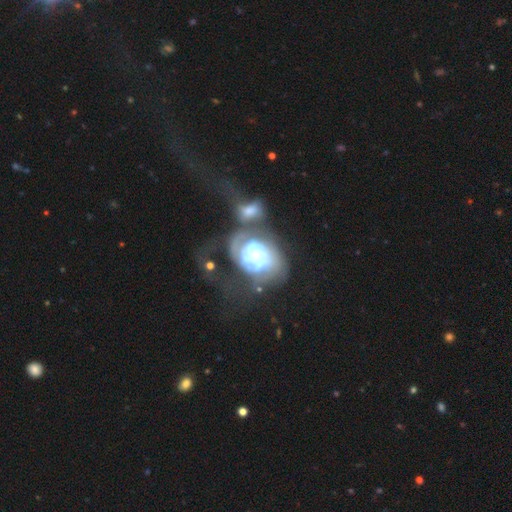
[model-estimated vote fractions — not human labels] The model was most divided on "bulge size": moderate: 45%, small: 39%, large: 10%, none: 4%, dominant: 3%. Remaining: edge-on disk — no (97%); smooth or featured — featured or disk (79%); spiral arms — yes (77%); bar — no (75%); spiral winding — tight (59%); spiral arm count — can't tell (45%); merging — merger (44%).